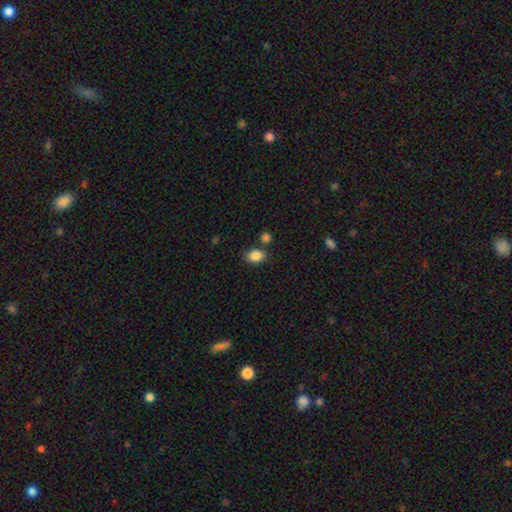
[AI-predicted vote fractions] Smooth or featured? Predicted: smooth (p=0.87). How rounded? Predicted: in between (p=0.76). Merging? Predicted: none (p=0.73).